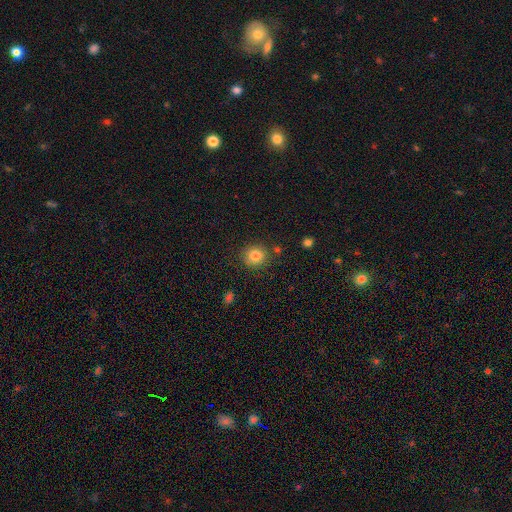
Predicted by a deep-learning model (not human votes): smooth-or-featured: smooth: 85% | star or artifact: 10% | featured or disk: 5%
  how-rounded: round: 87% | in between: 12% | cigar-shaped: 1%
  merging: none: 85% | minor disturbance: 9% | merger: 3% | major disturbance: 3%